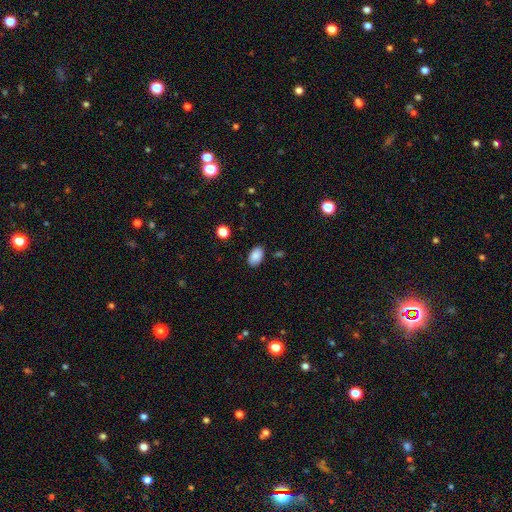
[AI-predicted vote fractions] Overall: smooth (88%). How rounded: in between (91%). Merging: none (86%).